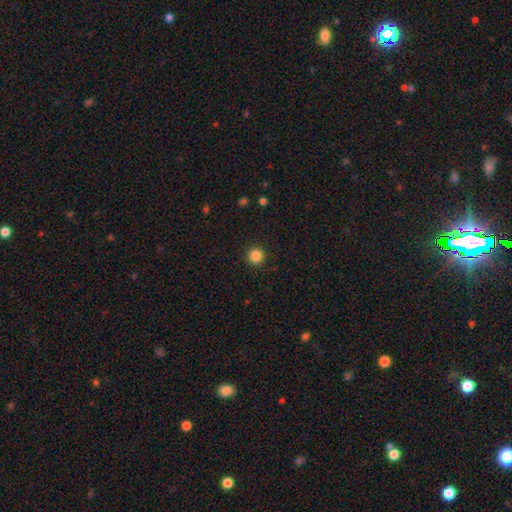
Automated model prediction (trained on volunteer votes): A smooth galaxy with no disk features (85%) that is round (95%). Merging: none (93%).